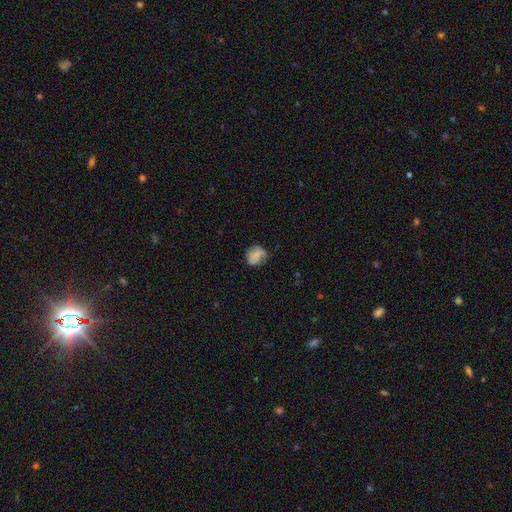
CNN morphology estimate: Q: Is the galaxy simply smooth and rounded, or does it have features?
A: smooth — 69%.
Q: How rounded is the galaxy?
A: round — 53%.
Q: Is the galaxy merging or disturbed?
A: none — 48%.